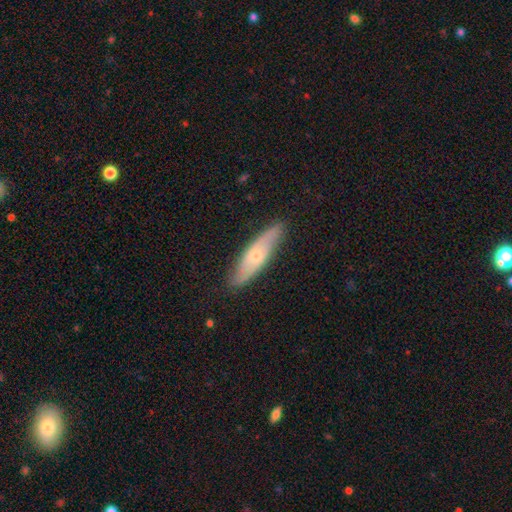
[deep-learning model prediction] Smooth or featured: featured or disk — 52% (smooth — 42%)
Edge-on disk: no — 55% (yes — 45%)
Merging: none — 84% (minor disturbance — 13%)